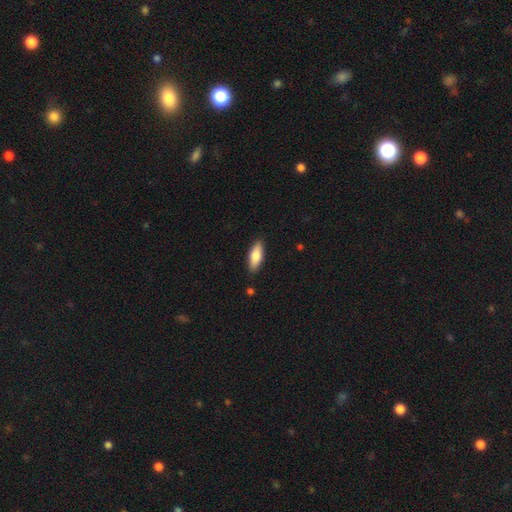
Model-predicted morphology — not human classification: Smooth or featured? Predicted: smooth (p=0.76). How rounded? Predicted: in between (p=0.69). Merging? Predicted: none (p=0.87).